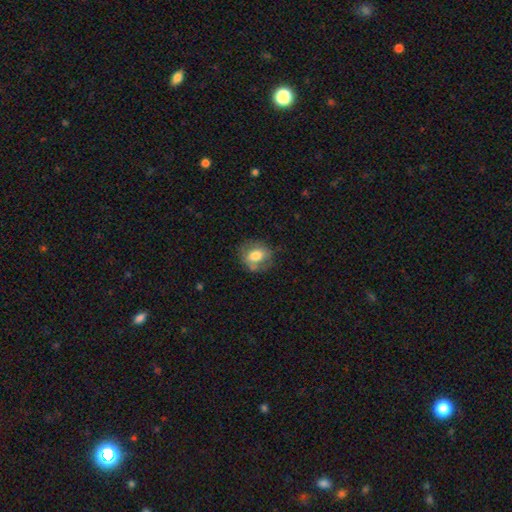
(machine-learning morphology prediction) The model was most divided on "how rounded": round: 55%, in between: 44%, cigar-shaped: 1%. More confident: smooth or featured — smooth (69%); merging — none (64%).